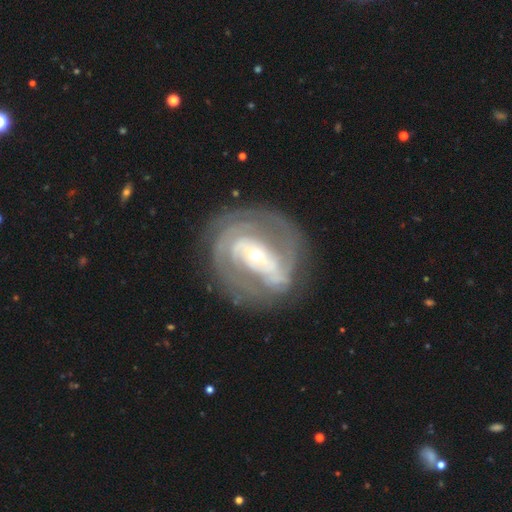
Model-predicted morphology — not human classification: type=featured or disk (84%); edge-on=no (96%); bar=strong (38%); spiral arms=yes (86%); winding=tight (59%); arm count=2 (41%); bulge=small (66%); merging=none (71%).